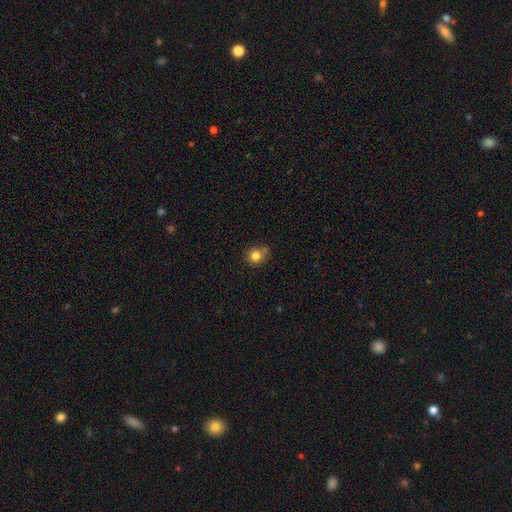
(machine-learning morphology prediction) Overall: smooth (82%). How rounded: round (88%). Merging: none (69%).